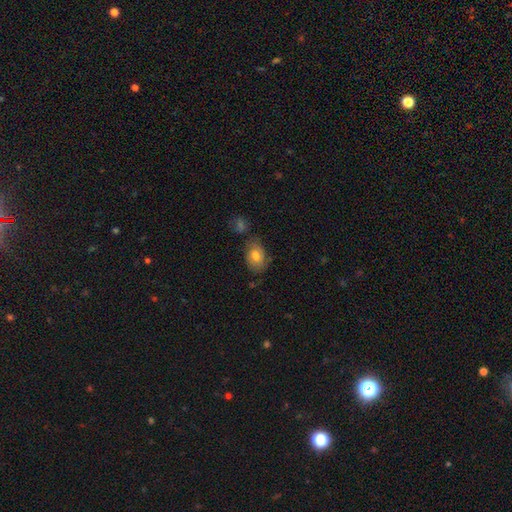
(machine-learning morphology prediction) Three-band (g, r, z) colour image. It shows a smooth galaxy with no disk features (74%) that is in between round and cigar-shaped (81%). Merging: none (65%).